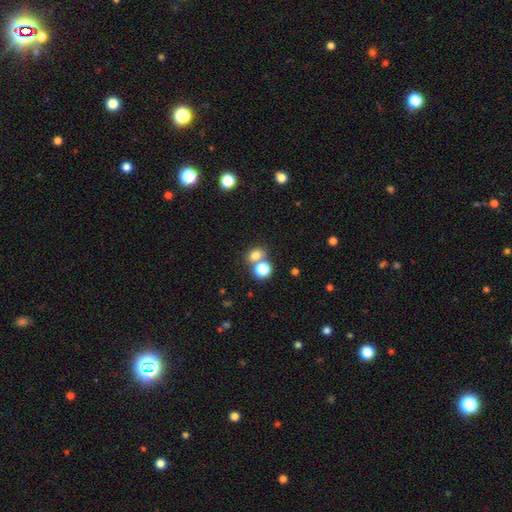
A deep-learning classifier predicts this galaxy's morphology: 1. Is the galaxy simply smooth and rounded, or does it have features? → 74% smooth, 18% star or artifact, 9% featured or disk.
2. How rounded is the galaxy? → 62% round, 36% in between, 1% cigar-shaped.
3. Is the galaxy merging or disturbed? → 52% none, 34% merger, 9% minor disturbance, 4% major disturbance.